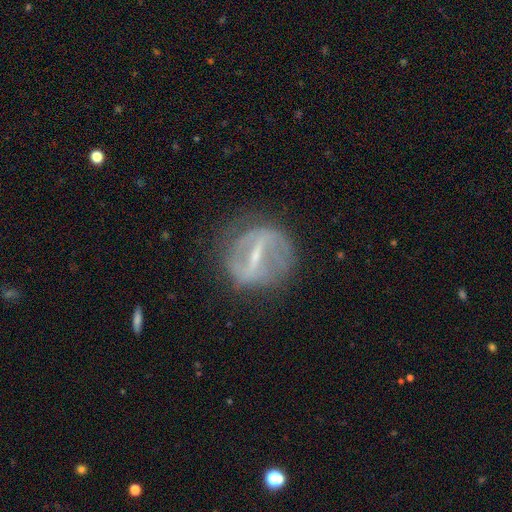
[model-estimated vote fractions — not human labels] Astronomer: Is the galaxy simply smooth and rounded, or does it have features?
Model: featured or disk — 79%.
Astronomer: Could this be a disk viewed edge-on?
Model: no — 90%.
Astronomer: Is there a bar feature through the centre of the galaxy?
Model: strong — 72%.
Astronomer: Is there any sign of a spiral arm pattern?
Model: yes — 56% (runner-up: no, 44%).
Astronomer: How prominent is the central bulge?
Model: small — 62%.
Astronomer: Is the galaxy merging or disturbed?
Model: none — 72%.